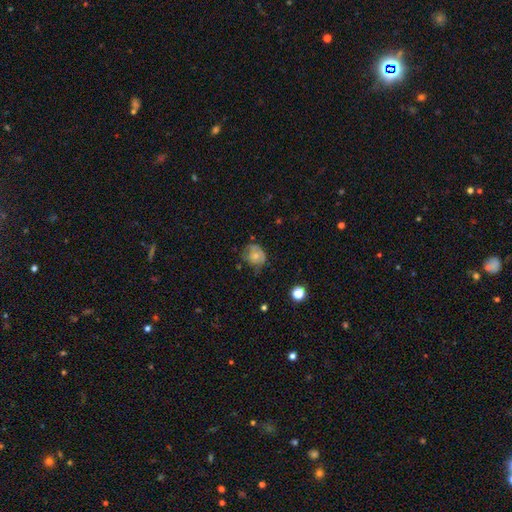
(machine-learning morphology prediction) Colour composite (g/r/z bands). It shows a smooth galaxy with no disk features (49%). Merging: none (51%).